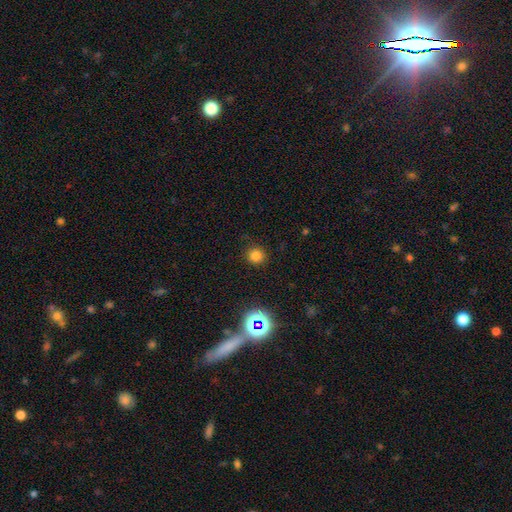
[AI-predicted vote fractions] Q: Smooth or featured?
A: smooth (77%); runner-up: star or artifact (18%)
Q: How rounded?
A: round (92%); runner-up: in between (7%)
Q: Merging?
A: none (87%); runner-up: minor disturbance (8%)